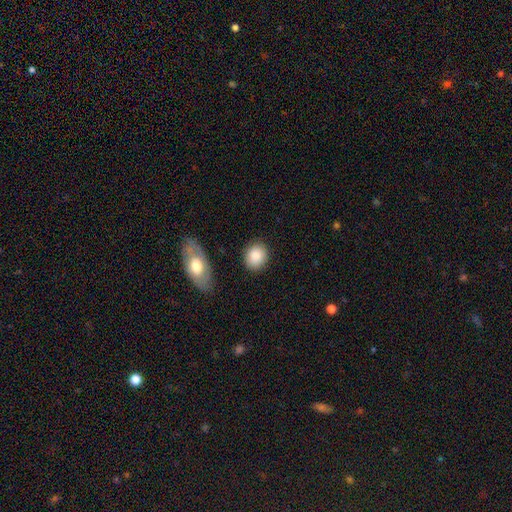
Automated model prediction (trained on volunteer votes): smooth 86%, featured or disk 7%, star or artifact 7%. Down the decision tree: how rounded — round (63%); merging — none (84%).